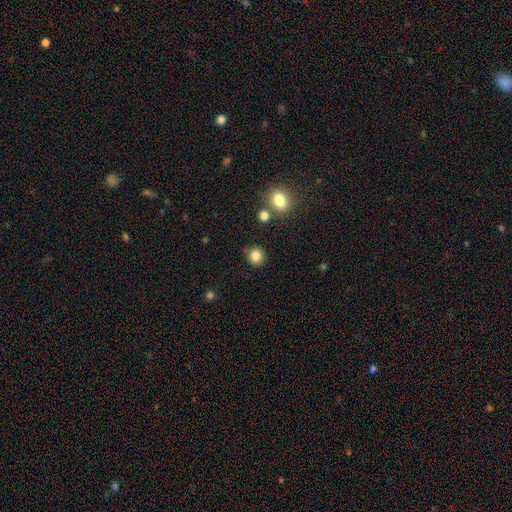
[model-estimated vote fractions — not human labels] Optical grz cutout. It shows a smooth galaxy with no disk features (84%) that is round (84%). Merging: none (86%).